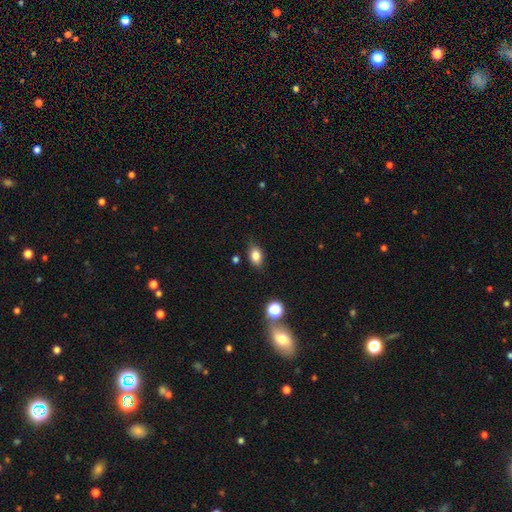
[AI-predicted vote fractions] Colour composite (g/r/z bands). It shows a smooth galaxy with no disk features (81%) that is in between round and cigar-shaped (81%). Merging: none (79%).